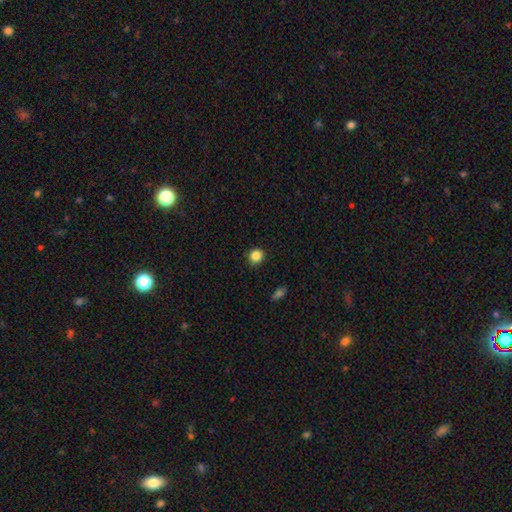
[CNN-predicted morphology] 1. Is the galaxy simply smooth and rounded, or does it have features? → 85% smooth, 11% star or artifact, 4% featured or disk.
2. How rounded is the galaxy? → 88% round, 11% in between, 1% cigar-shaped.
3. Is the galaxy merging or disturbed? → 88% none, 9% minor disturbance, 2% major disturbance, 1% merger.